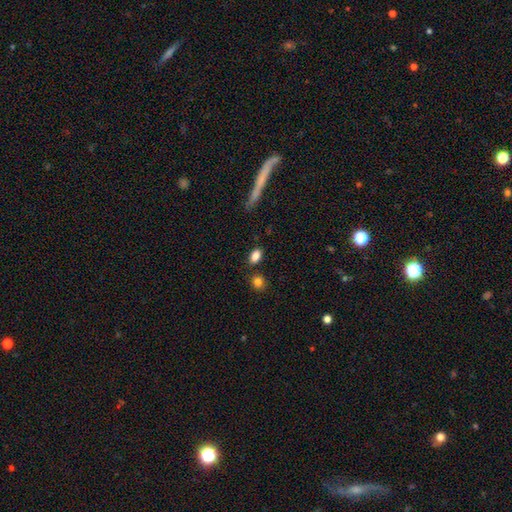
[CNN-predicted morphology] Smooth or featured? Predicted: smooth (p=0.86). How rounded? Predicted: in between (p=0.83). Merging? Predicted: none (p=0.80).